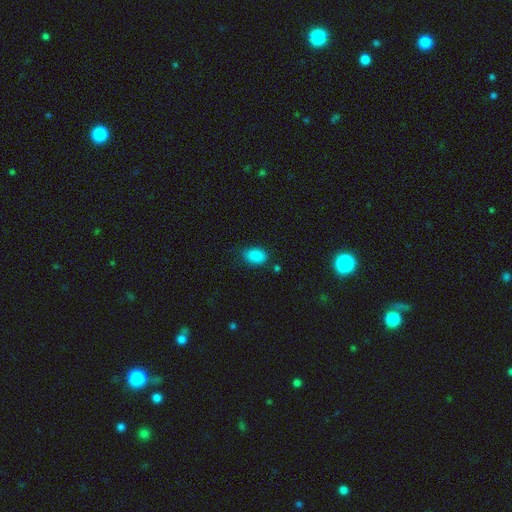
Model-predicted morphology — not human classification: A smooth galaxy with no disk features (87%) that is in between round and cigar-shaped (85%). Merging: none (73%).